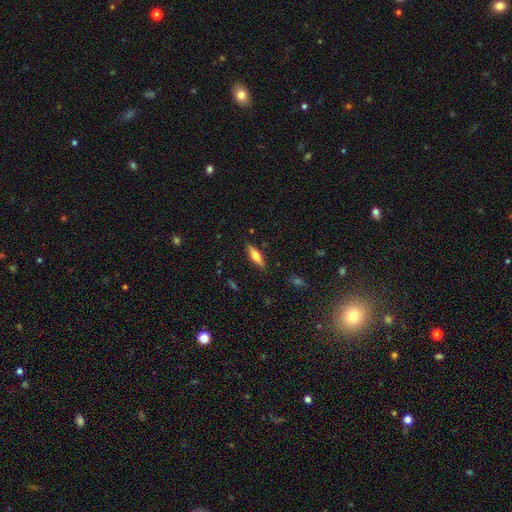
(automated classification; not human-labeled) Q: Smooth or featured?
A: smooth (55%); runner-up: featured or disk (38%)
Q: How rounded?
A: cigar-shaped (55%); runner-up: in between (43%)
Q: Merging?
A: none (86%); runner-up: minor disturbance (10%)